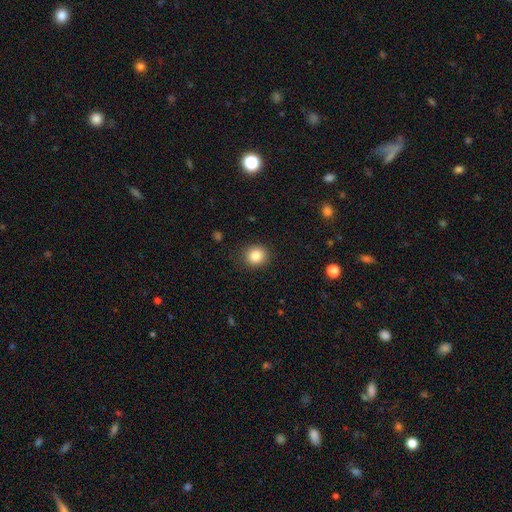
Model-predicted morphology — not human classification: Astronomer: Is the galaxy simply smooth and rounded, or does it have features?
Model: smooth — 85%.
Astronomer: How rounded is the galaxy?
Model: round — 85%.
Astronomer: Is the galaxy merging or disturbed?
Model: none — 88%.